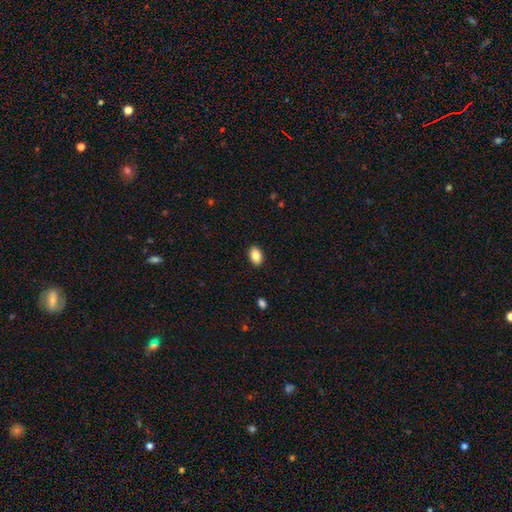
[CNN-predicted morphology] Overall: smooth (86%). How rounded: in between (84%). Merging: none (90%).